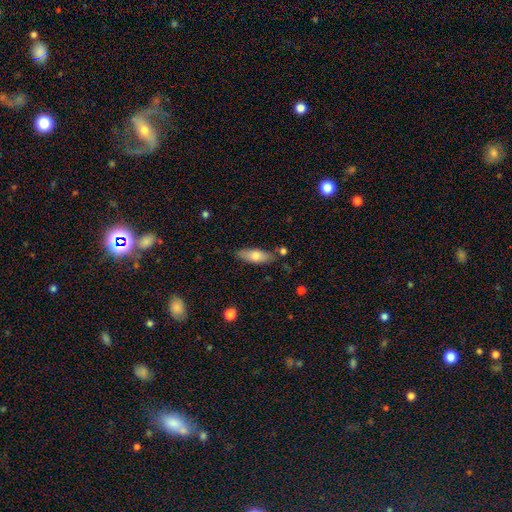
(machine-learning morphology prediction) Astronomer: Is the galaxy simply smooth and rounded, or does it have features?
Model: smooth — 72%.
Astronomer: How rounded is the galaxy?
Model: in between — 66%.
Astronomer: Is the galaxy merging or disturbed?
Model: none — 77%.